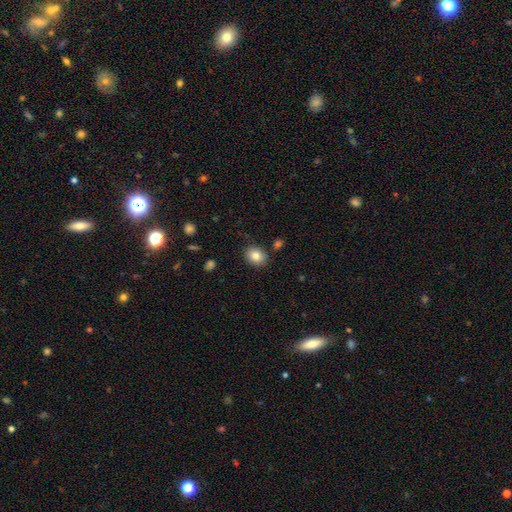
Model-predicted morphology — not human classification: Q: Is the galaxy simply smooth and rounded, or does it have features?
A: smooth — 82%.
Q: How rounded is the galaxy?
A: round — 53%.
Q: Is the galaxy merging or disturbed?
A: none — 85%.